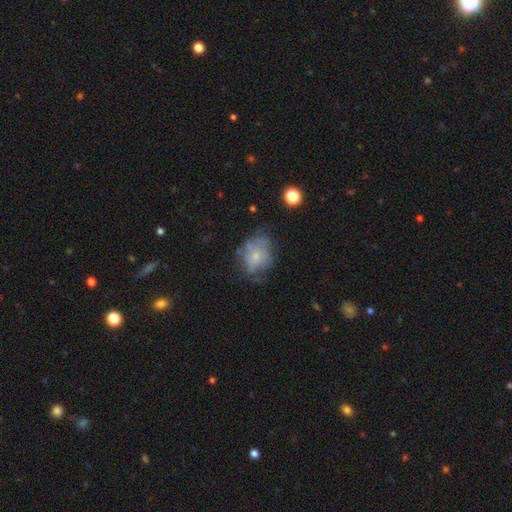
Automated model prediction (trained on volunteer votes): A smooth galaxy with no disk features (49%).

Vote fractions:
- Smooth or featured? smooth: 49% / featured or disk: 40% / star or artifact: 11%
- Merging? none: 44% / minor disturbance: 30% / major disturbance: 22% / merger: 4%